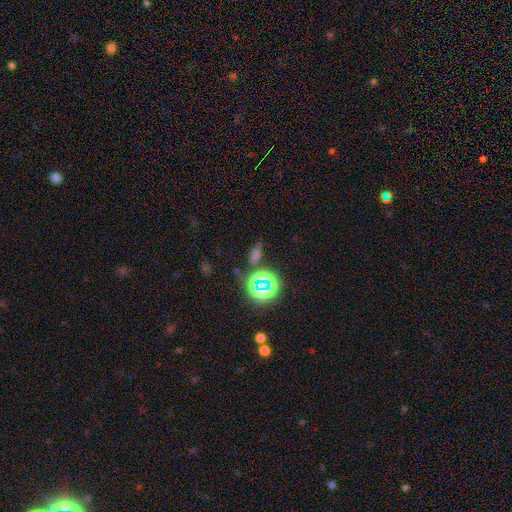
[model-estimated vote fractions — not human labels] Q: Smooth or featured?
A: star or artifact (53%); runner-up: smooth (36%)